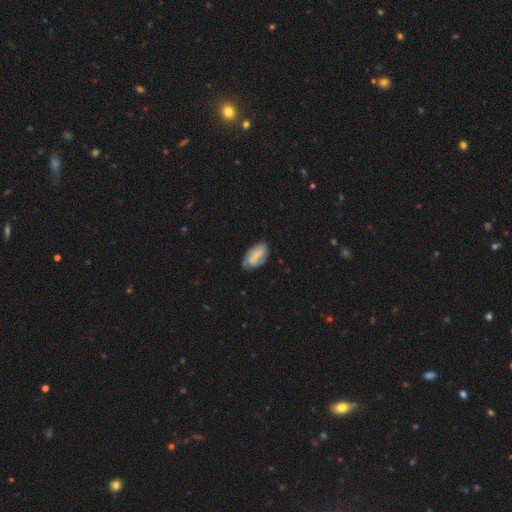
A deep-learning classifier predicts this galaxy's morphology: Smooth or featured? Predicted: smooth (p=0.61). How rounded? Predicted: in between (p=0.93). Merging? Predicted: none (p=0.67).